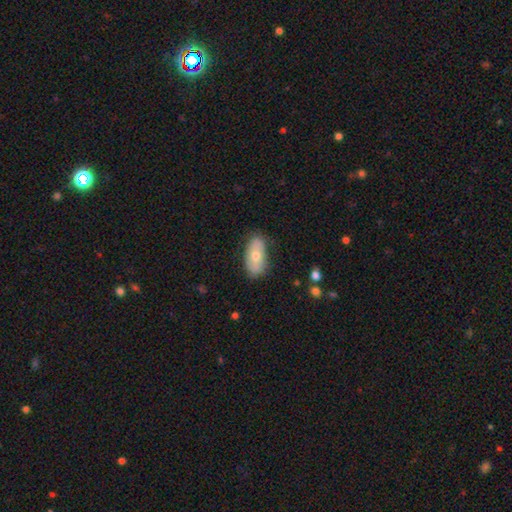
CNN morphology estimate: Smooth or featured?
  - smooth: 66% *
  - featured or disk: 27%
  - star or artifact: 6%
How rounded?
  - in between: 92% *
  - cigar-shaped: 5%
  - round: 4%
Merging?
  - none: 78% *
  - minor disturbance: 17%
  - major disturbance: 4%
  - merger: 1%